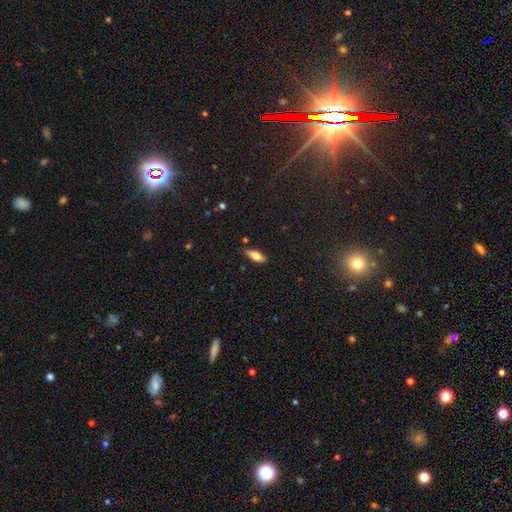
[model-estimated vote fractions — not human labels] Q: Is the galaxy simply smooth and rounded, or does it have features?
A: smooth — 65%.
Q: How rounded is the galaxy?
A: in between — 67%.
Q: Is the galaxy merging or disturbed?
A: none — 85%.